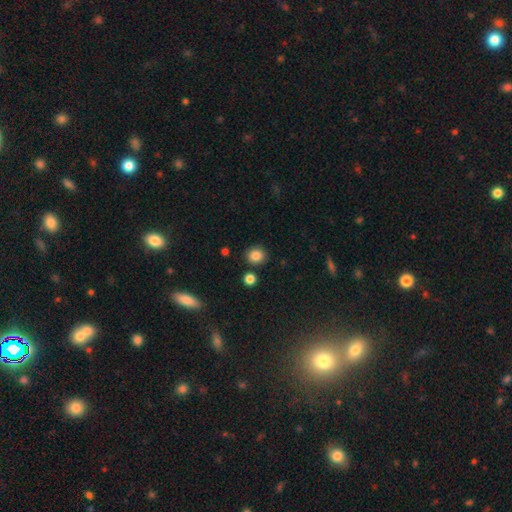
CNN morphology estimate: This appears to be a smooth galaxy with no disk features (85%) that is round (79%). Merging: none (85%).